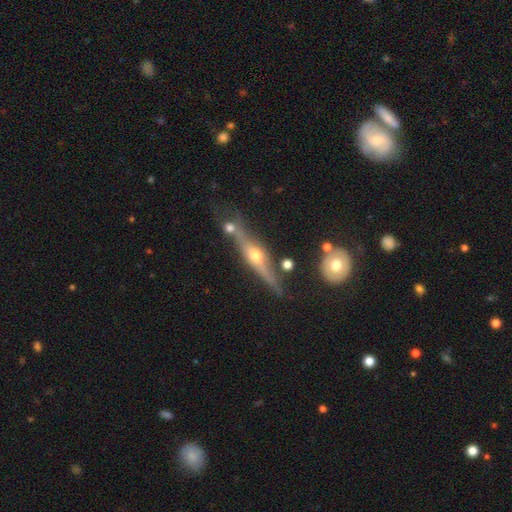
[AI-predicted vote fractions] smooth-or-featured: featured or disk: 78% | smooth: 14% | star or artifact: 8%
  disk-edge-on: yes: 94% | no: 6%
    edge-on-bulge: rounded: 94% | boxy: 3% | none: 3%
  merging: none: 72% | minor disturbance: 14% | merger: 10% | major disturbance: 4%